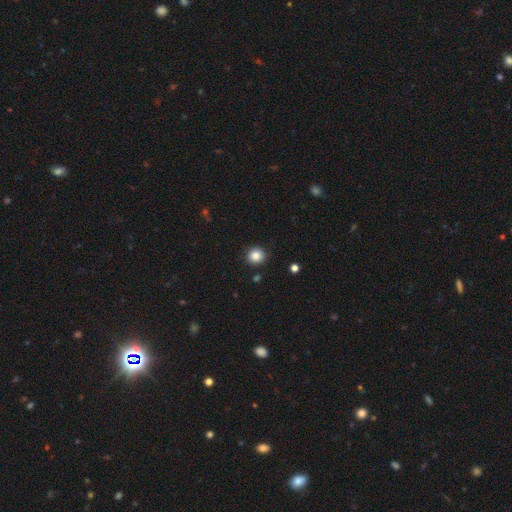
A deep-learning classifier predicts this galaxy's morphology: smooth-or-featured: smooth: 85% | star or artifact: 11% | featured or disk: 4%
  how-rounded: round: 91% | in between: 8% | cigar-shaped: 1%
  merging: none: 90% | minor disturbance: 7% | major disturbance: 2% | merger: 2%